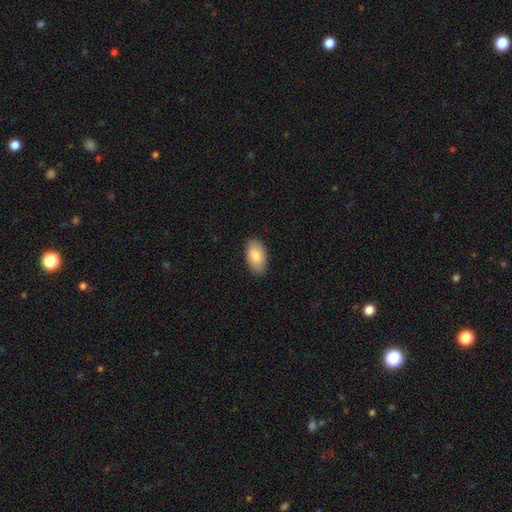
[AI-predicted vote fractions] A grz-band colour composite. It shows a smooth galaxy with no disk features (84%) that is in between round and cigar-shaped (94%). Merging: none (87%).